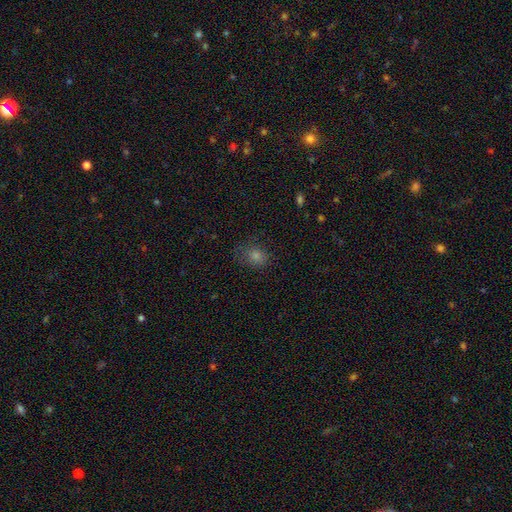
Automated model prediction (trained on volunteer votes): Morphology: type=smooth (68%); roundness=round (52%); merging=none (75%).